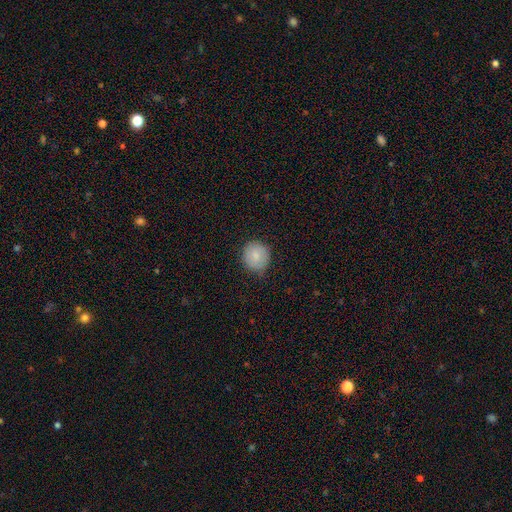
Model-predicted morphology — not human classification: type=smooth (84%); roundness=round (88%); merging=none (78%).